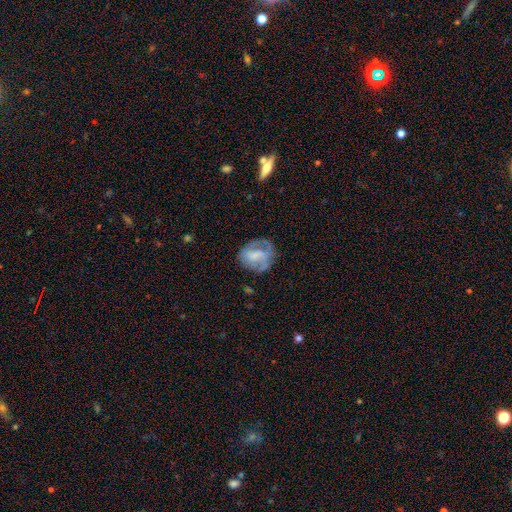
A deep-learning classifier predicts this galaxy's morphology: A featured or disk galaxy (48%). Merging: none (56%).